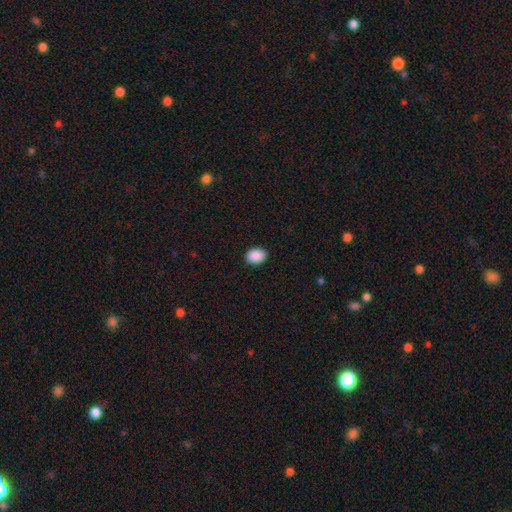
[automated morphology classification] smooth 91%, star or artifact 7%, featured or disk 2%. Down the decision tree: how rounded — in between (70%); merging — none (90%).